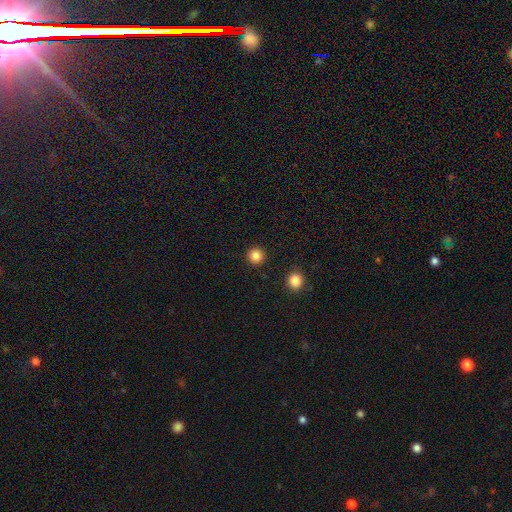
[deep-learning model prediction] Smooth or featured?
  - smooth: 85% *
  - star or artifact: 11%
  - featured or disk: 4%
How rounded?
  - round: 95% *
  - in between: 4%
  - cigar-shaped: 1%
Merging?
  - none: 93% *
  - minor disturbance: 4%
  - major disturbance: 2%
  - merger: 2%